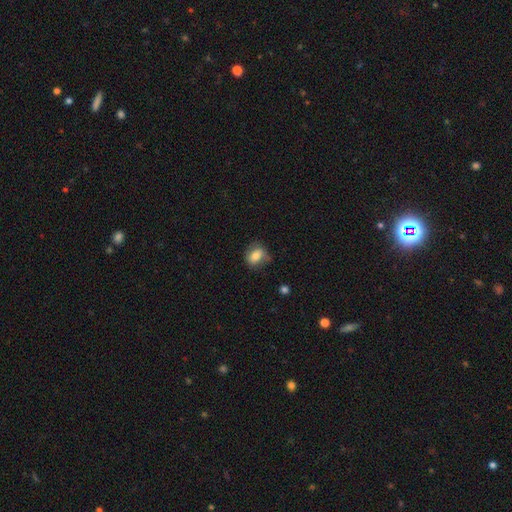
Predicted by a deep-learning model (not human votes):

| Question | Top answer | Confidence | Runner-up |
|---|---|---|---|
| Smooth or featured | smooth | 75% | featured or disk (16%) |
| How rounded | in between | 58% | round (41%) |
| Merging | none | 65% | minor disturbance (25%) |